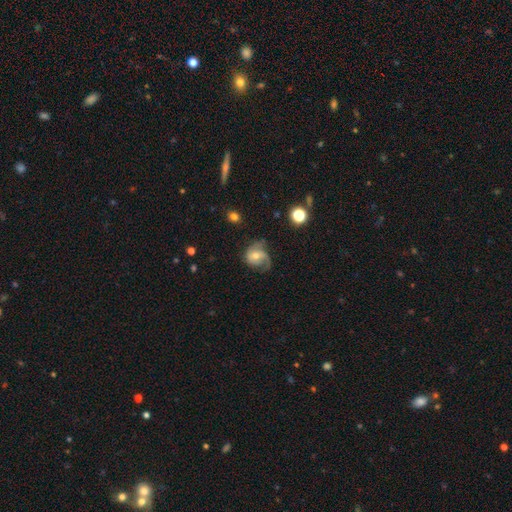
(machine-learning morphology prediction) Smooth or featured? featured or disk (72%)
Edge-on disk? no (97%)
Bar? no (63%)
Spiral arms? yes (91%)
Spiral winding? medium (43%)
Spiral arm count? 2 (47%)
Bulge size? moderate (56%)
Merging? none (48%)